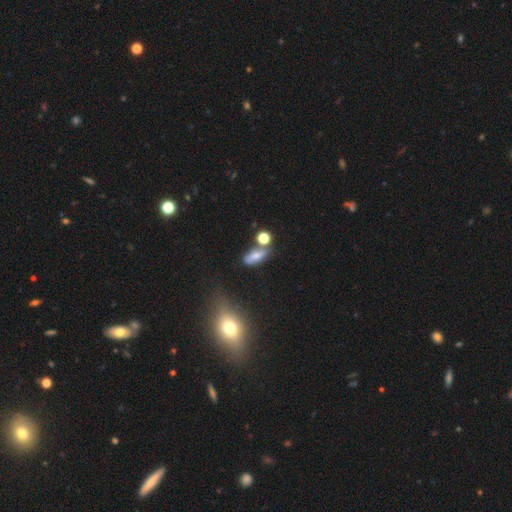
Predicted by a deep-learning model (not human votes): Morphology: type=smooth (60%); roundness=in between (67%); merging=none (54%).